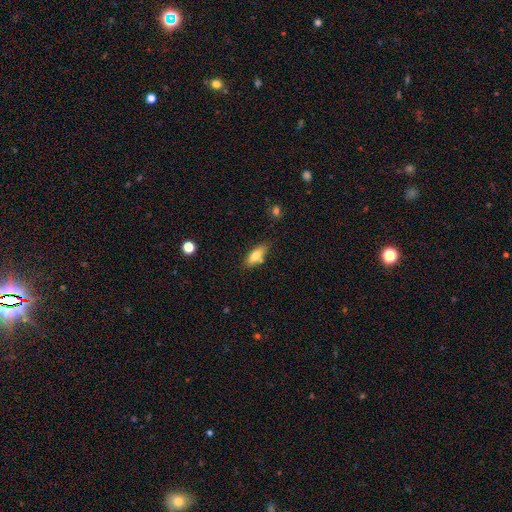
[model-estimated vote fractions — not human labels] This appears to be a smooth galaxy with no disk features (73%) that is in between round and cigar-shaped (71%). Merging: none (72%).